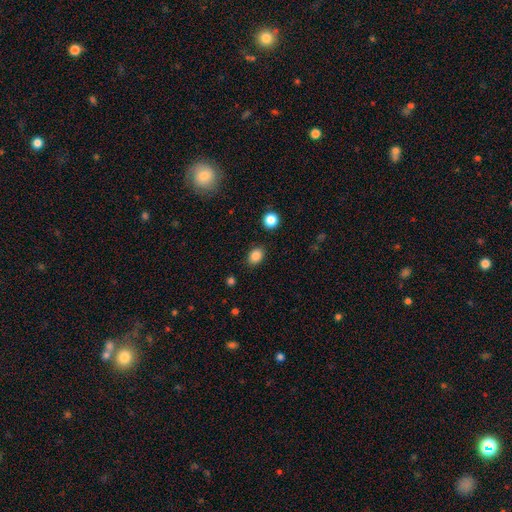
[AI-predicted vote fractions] smooth-or-featured: smooth: 86% | star or artifact: 10% | featured or disk: 4%
  how-rounded: in between: 65% | round: 34% | cigar-shaped: 1%
  merging: none: 85% | minor disturbance: 10% | major disturbance: 3% | merger: 2%